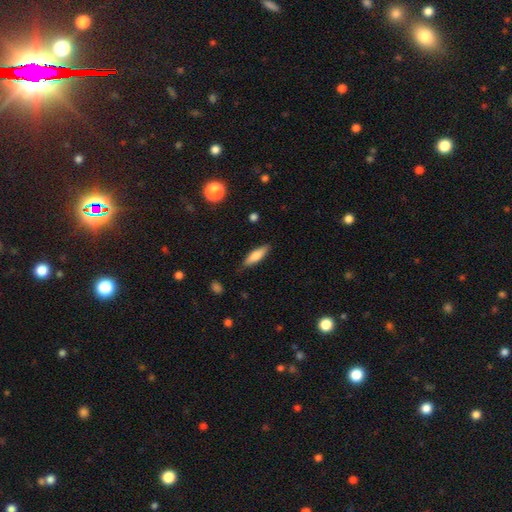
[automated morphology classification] Smooth or featured? Predicted: smooth (p=0.74). How rounded? Predicted: cigar-shaped (p=0.61). Merging? Predicted: none (p=0.85).